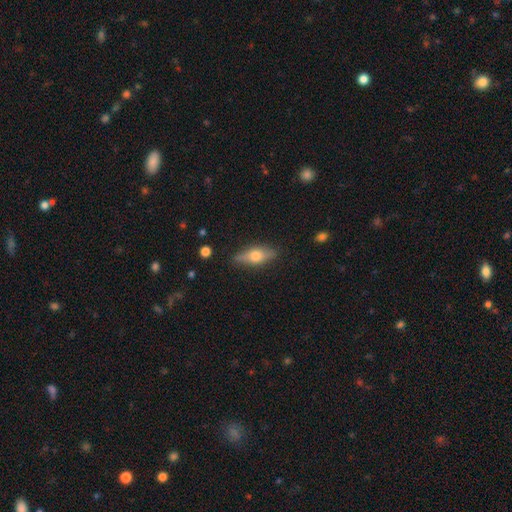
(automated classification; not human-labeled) smooth 48%, featured or disk 45%, star or artifact 7%. Down the decision tree: merging — none (84%).